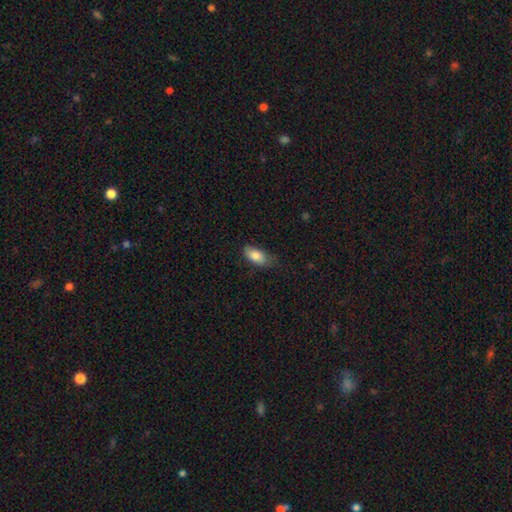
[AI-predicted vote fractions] smooth 84%, featured or disk 9%, star or artifact 7%. Down the decision tree: how rounded — in between (89%); merging — none (60%).